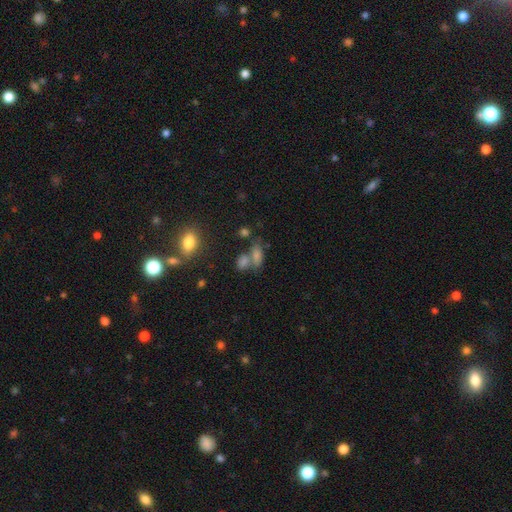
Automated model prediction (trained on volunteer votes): This is likely a smooth galaxy (71%). How rounded: likely in between (78%). Merging: marginally none (43%).